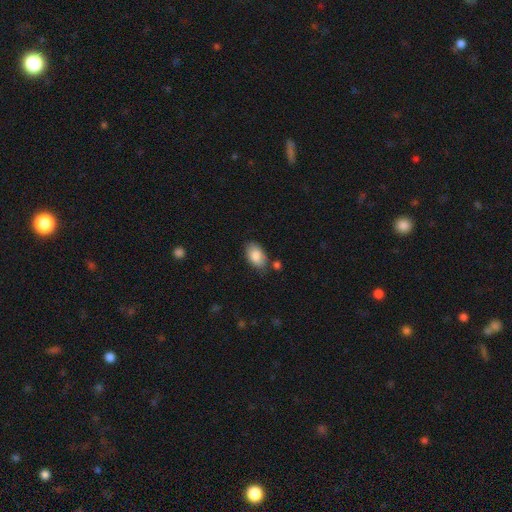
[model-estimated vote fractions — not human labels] A smooth galaxy with no disk features (84%) that is in between round and cigar-shaped (92%). Merging: none (73%).